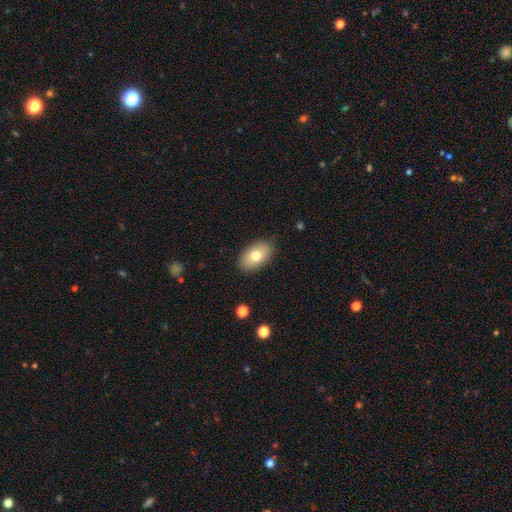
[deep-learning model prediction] smooth-or-featured: smooth: 75% | featured or disk: 17% | star or artifact: 8%
  how-rounded: in between: 92% | round: 6% | cigar-shaped: 2%
  merging: none: 87% | minor disturbance: 10% | major disturbance: 2% | merger: 1%